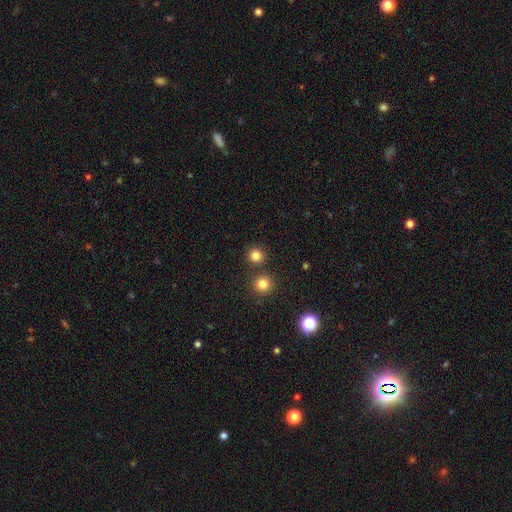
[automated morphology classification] A smooth galaxy with no disk features (82%) that is round (93%).

Vote fractions:
- Smooth or featured? smooth: 82% / star or artifact: 14% / featured or disk: 4%
- How rounded? round: 93% / in between: 6% / cigar-shaped: 1%
- Merging? none: 82% / merger: 10% / minor disturbance: 6% / major disturbance: 2%